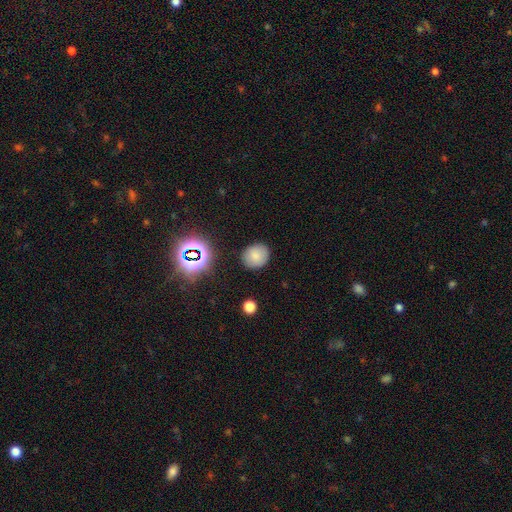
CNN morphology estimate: This appears to be a smooth galaxy with no disk features (79%) that is round (76%). Merging: none (86%).